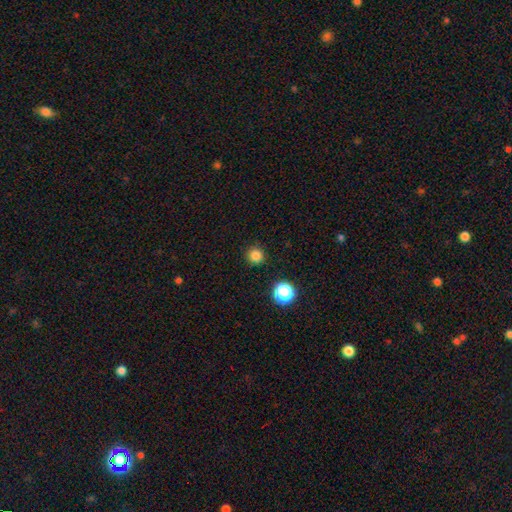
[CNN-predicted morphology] Q: Smooth or featured?
A: smooth (81%); runner-up: star or artifact (15%)
Q: How rounded?
A: round (95%); runner-up: in between (4%)
Q: Merging?
A: none (90%); runner-up: minor disturbance (6%)